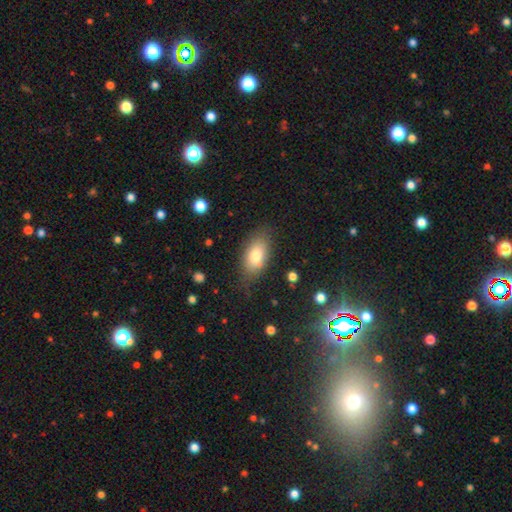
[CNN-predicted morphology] Q: Smooth or featured?
A: smooth (77%); runner-up: featured or disk (15%)
Q: How rounded?
A: in between (89%); runner-up: round (7%)
Q: Merging?
A: none (72%); runner-up: minor disturbance (19%)